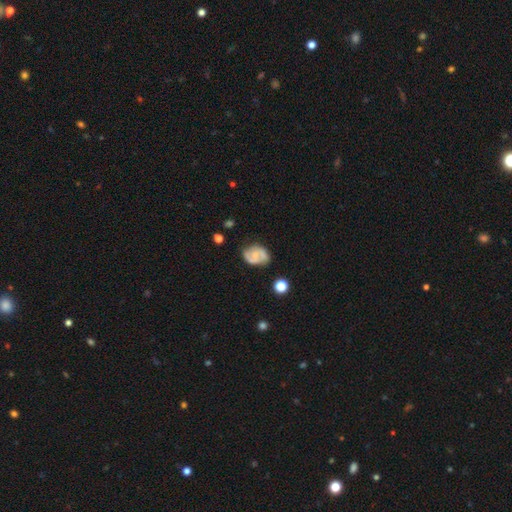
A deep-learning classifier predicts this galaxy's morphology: This is likely a featured or disk galaxy (63%). It is clearly not viewed edge-on (97%). Bar: possibly no (55%). Spiral arm pattern: clearly yes (82%). Spiral arm count: likely 2 (73%). Spiral winding: possibly medium (45%). Central bulge: possibly small (54%). Merging: likely none (66%).